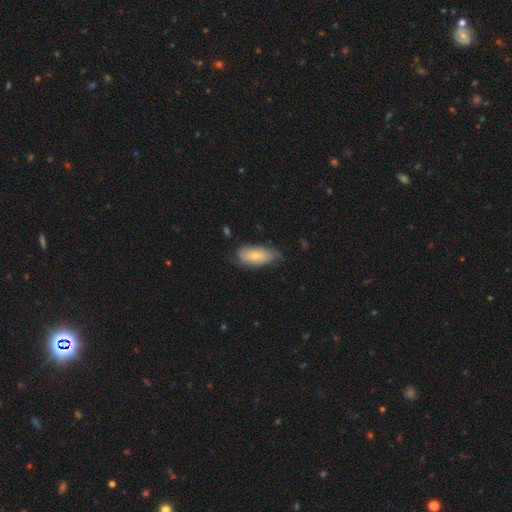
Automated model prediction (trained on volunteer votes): A smooth galaxy with no disk features (71%) that is in between round and cigar-shaped (88%). Merging: none (64%).